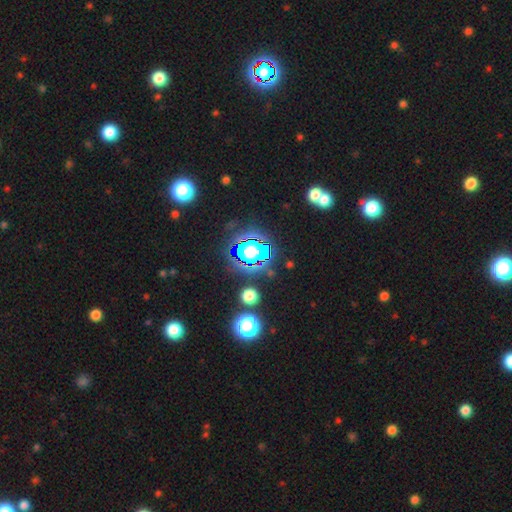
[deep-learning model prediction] Overall: star or artifact (80%).